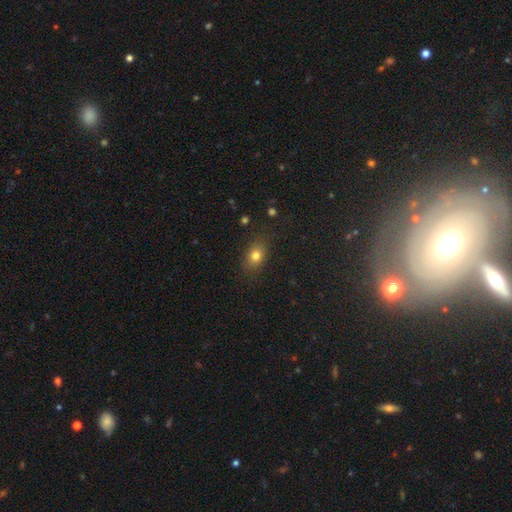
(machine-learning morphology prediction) Q: Smooth or featured?
A: smooth (78%); runner-up: star or artifact (13%)
Q: How rounded?
A: in between (61%); runner-up: round (37%)
Q: Merging?
A: none (80%); runner-up: minor disturbance (14%)